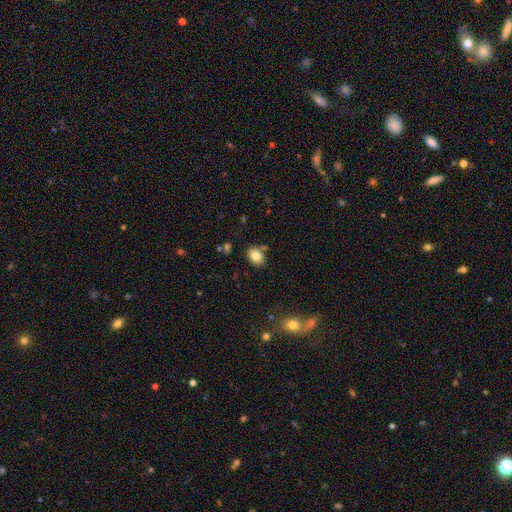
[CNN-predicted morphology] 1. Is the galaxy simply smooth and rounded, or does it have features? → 83% smooth, 9% star or artifact, 8% featured or disk.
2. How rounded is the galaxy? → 71% in between, 28% round, 1% cigar-shaped.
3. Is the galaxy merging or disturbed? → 79% none, 12% minor disturbance, 6% merger, 3% major disturbance.